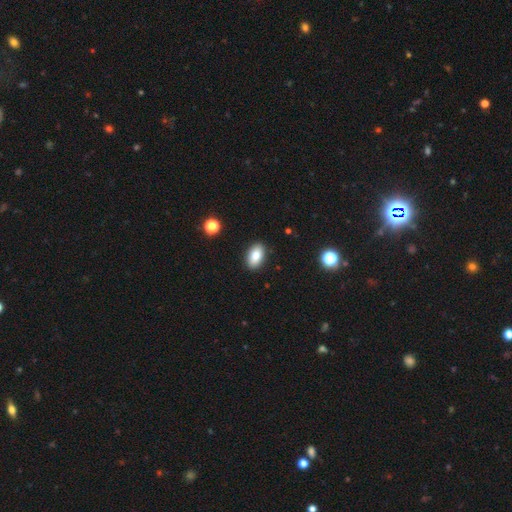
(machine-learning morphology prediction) smooth-or-featured: smooth: 84% | star or artifact: 8% | featured or disk: 8%
  how-rounded: in between: 92% | round: 6% | cigar-shaped: 2%
  merging: none: 89% | minor disturbance: 8% | major disturbance: 2% | merger: 1%